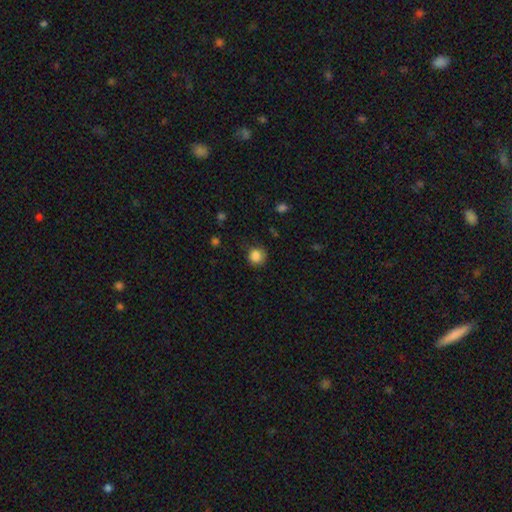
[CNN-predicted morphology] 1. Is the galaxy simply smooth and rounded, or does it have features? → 86% smooth, 11% star or artifact, 4% featured or disk.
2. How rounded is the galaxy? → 88% round, 11% in between, 1% cigar-shaped.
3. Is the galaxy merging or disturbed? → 76% none, 18% minor disturbance, 5% major disturbance, 2% merger.